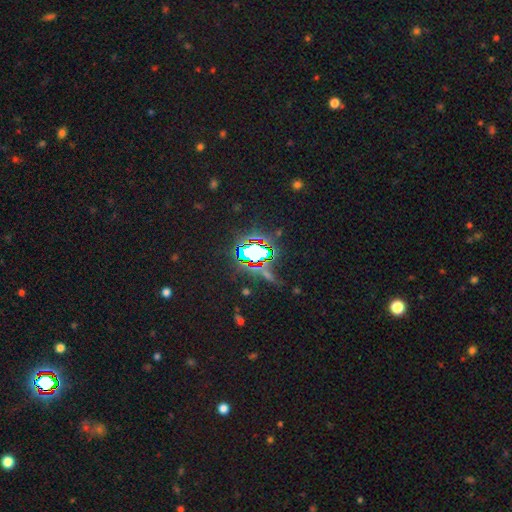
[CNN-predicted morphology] Q: Smooth or featured?
A: star or artifact (69%); runner-up: smooth (18%)